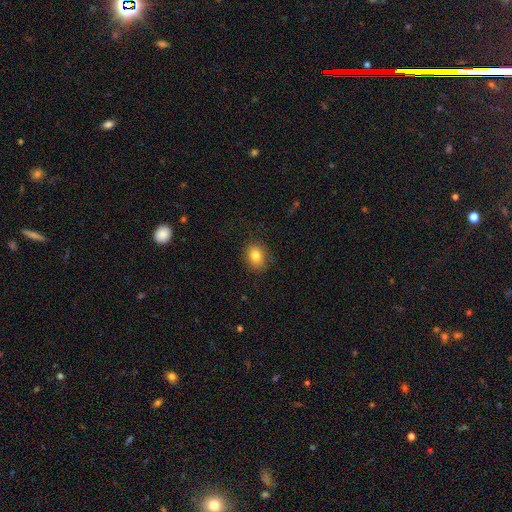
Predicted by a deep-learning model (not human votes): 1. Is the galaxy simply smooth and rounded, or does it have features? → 82% smooth, 10% star or artifact, 8% featured or disk.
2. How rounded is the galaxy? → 50% round, 49% in between, 1% cigar-shaped.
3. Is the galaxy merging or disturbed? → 84% none, 12% minor disturbance, 3% major disturbance, 1% merger.